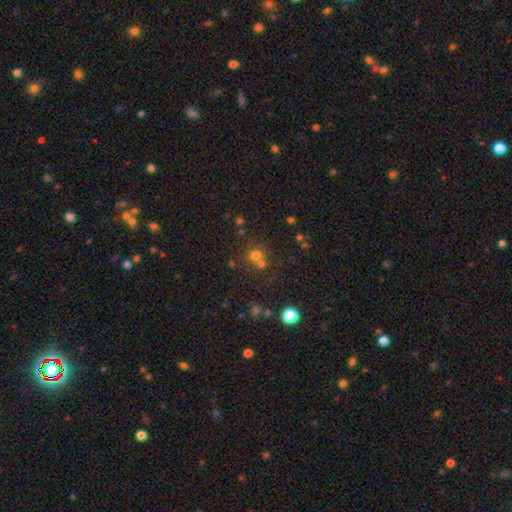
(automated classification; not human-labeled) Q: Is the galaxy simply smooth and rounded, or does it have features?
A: smooth — 68%.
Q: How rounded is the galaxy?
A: round — 84%.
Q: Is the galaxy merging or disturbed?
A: none — 56%.